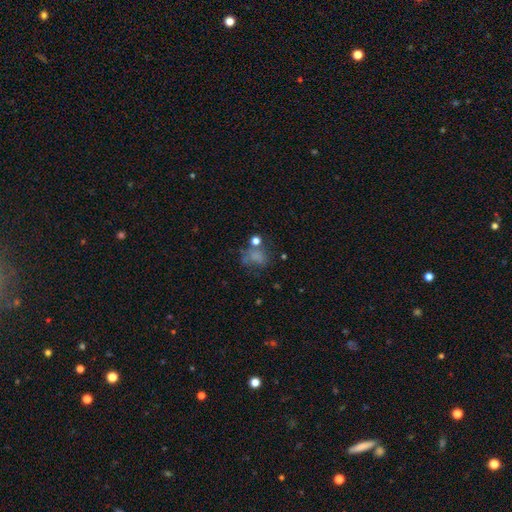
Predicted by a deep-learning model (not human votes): Q: Smooth or featured?
A: smooth (59%); runner-up: featured or disk (21%)
Q: How rounded?
A: round (50%); runner-up: in between (49%)
Q: Merging?
A: none (38%); runner-up: major disturbance (26%)